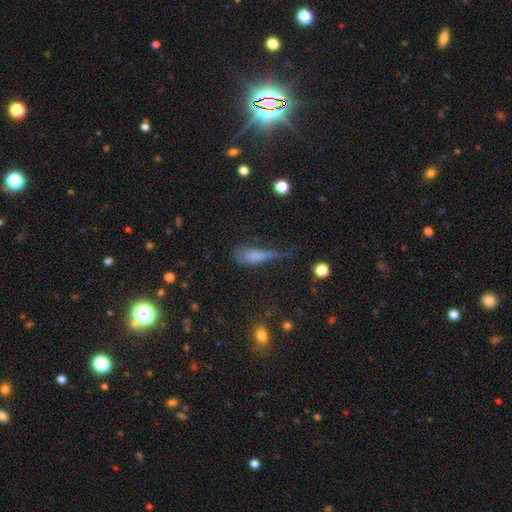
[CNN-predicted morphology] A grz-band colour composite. It shows a smooth galaxy with no disk features (66%) that is in between round and cigar-shaped (47%, tied with cigar-shaped). Merging: major disturbance (42%).